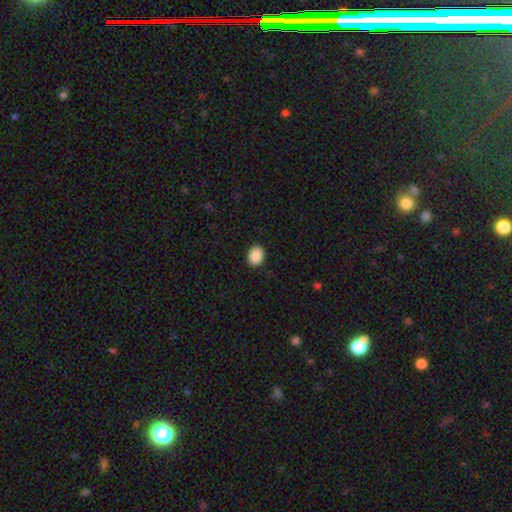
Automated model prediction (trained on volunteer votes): This appears to be a smooth galaxy with no disk features (90%) that is in between round and cigar-shaped (54%). Merging: none (90%).